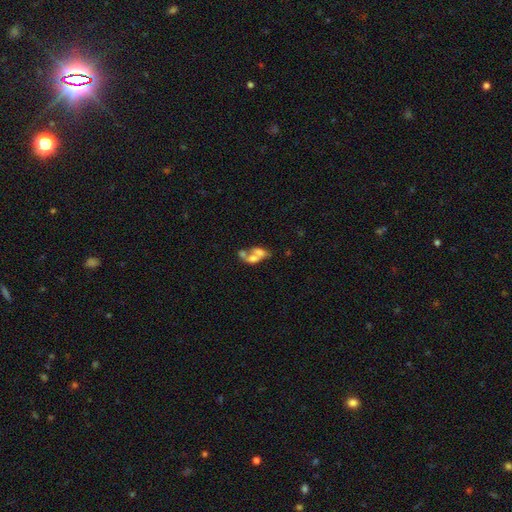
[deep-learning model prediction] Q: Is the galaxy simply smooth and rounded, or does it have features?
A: smooth — 44%, tied with featured or disk.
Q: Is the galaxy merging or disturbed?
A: merger — 64%.